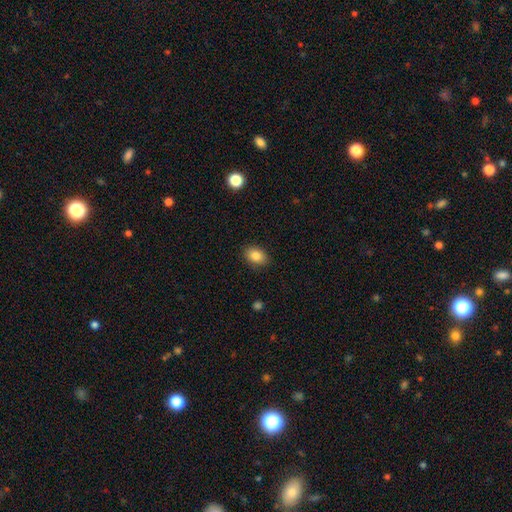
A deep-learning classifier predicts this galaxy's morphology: Q: Smooth or featured?
A: smooth (85%); runner-up: star or artifact (9%)
Q: How rounded?
A: in between (78%); runner-up: round (21%)
Q: Merging?
A: none (87%); runner-up: minor disturbance (9%)